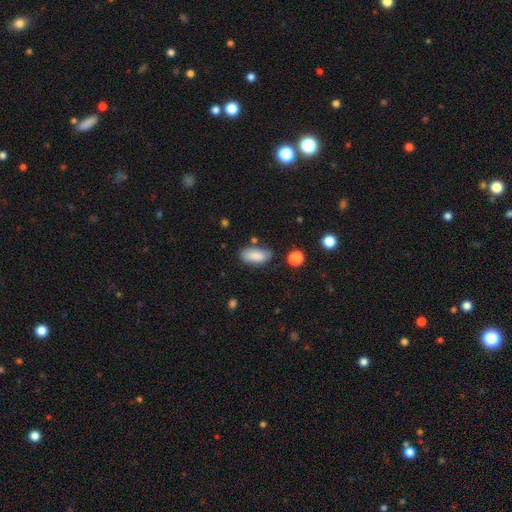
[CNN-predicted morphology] The model was most divided on "merging": none: 71%, minor disturbance: 20%, major disturbance: 5%, merger: 4%. More confident: how rounded — in between (87%); smooth or featured — smooth (85%).